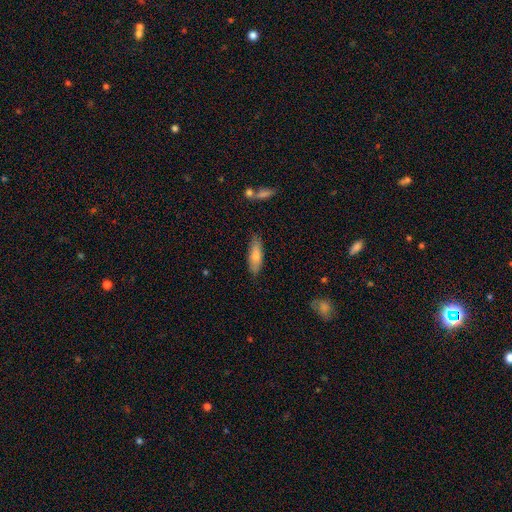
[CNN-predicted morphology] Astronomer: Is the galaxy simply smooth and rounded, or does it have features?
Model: smooth — 75%.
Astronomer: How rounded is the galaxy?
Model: in between — 56% (runner-up: cigar-shaped, 42%).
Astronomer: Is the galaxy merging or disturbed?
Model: none — 81%.